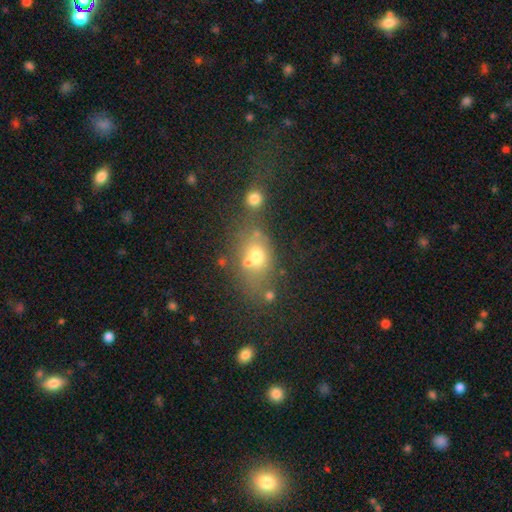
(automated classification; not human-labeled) smooth-or-featured: smooth: 64% | featured or disk: 19% | star or artifact: 17%
  how-rounded: in between: 60% | round: 37% | cigar-shaped: 2%
  merging: none: 49% | merger: 28% | minor disturbance: 14% | major disturbance: 9%